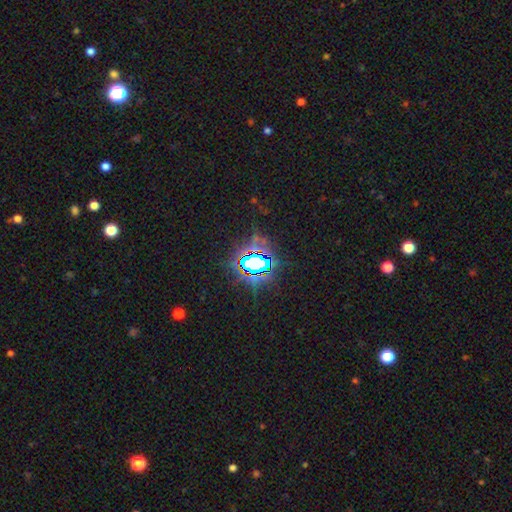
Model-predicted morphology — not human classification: This appears to be a star or artifact, not a galaxy (82%).